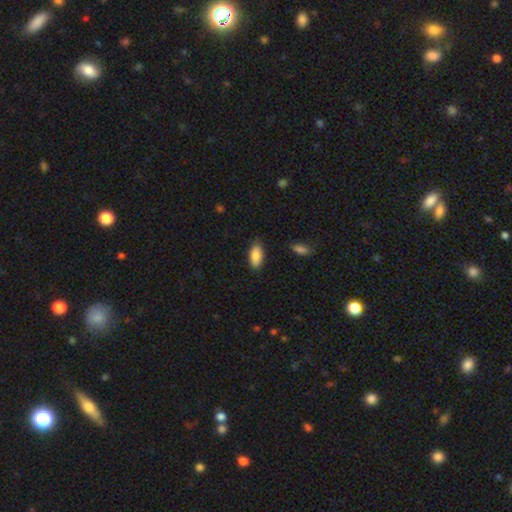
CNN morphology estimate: This is clearly a smooth galaxy (87%). How rounded: clearly in between (91%). Merging: clearly none (81%).